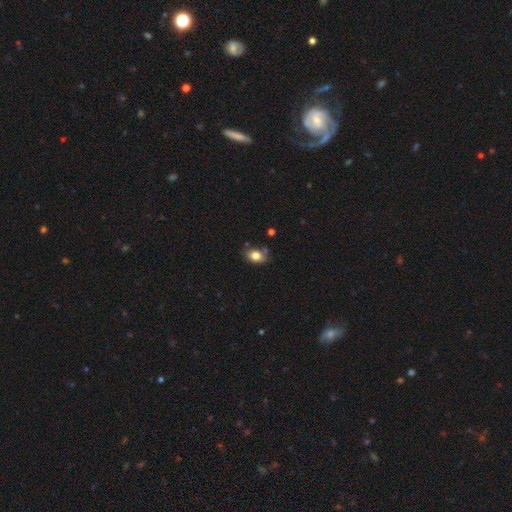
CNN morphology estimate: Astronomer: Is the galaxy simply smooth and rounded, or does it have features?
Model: smooth — 82%.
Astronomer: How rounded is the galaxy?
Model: in between — 74%.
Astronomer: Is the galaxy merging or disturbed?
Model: none — 70%.